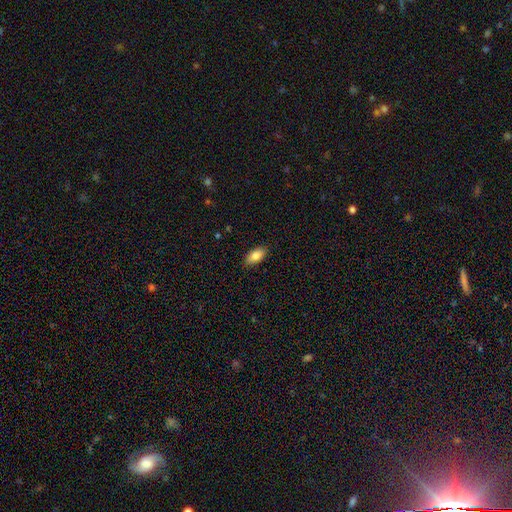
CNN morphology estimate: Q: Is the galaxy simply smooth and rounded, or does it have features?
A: smooth — 83%.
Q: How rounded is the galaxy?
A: in between — 91%.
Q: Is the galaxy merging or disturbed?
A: none — 87%.